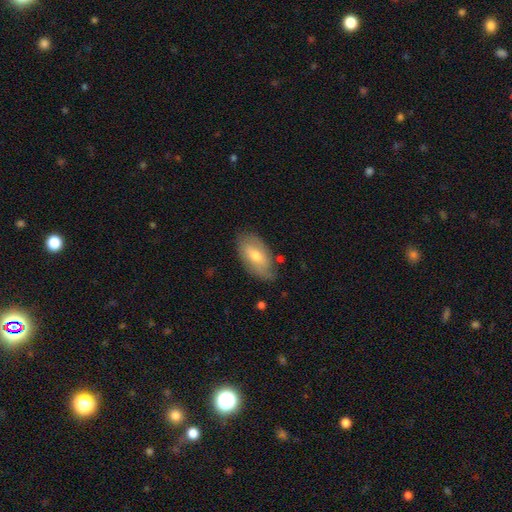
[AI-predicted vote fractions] This is likely a smooth galaxy (60%). How rounded: clearly in between (92%). Merging: likely none (74%).